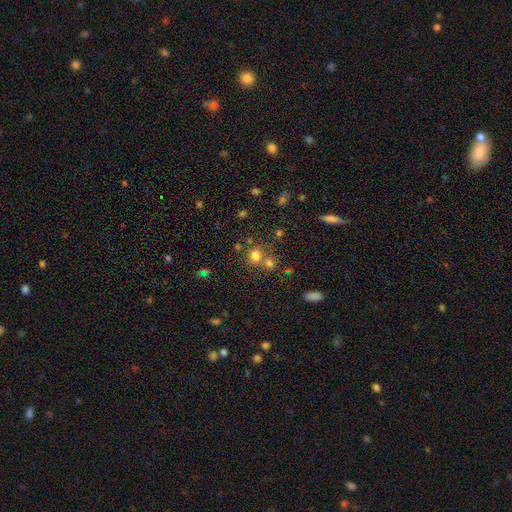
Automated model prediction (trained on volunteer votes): A smooth galaxy with no disk features (73%) that is round (82%). Merging: none (55%).